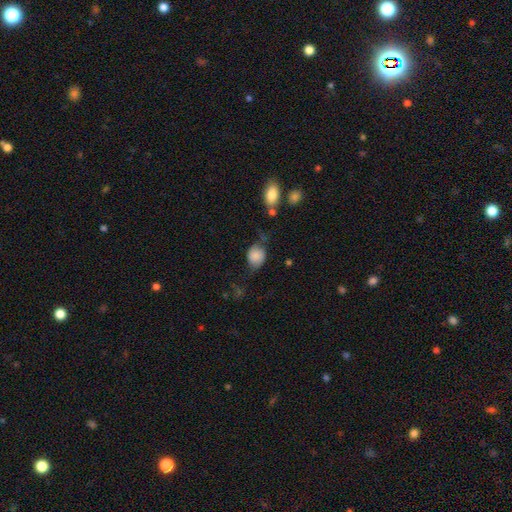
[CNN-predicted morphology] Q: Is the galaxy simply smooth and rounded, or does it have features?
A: smooth — 75%.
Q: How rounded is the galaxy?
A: round — 53%.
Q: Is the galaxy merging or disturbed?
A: none — 50%.